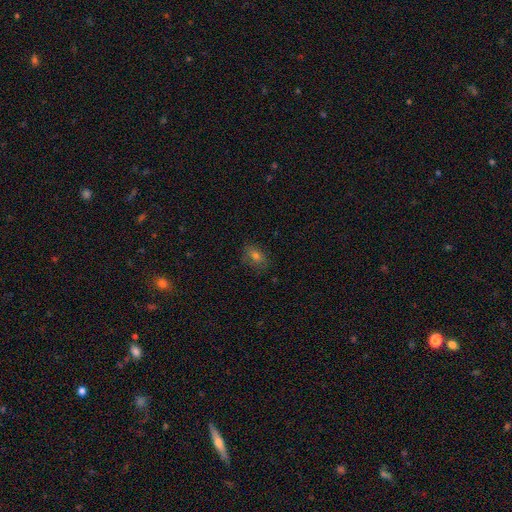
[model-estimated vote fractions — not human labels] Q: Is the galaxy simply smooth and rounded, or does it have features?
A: smooth — 67%.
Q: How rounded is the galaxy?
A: in between — 73%.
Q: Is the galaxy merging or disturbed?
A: none — 79%.